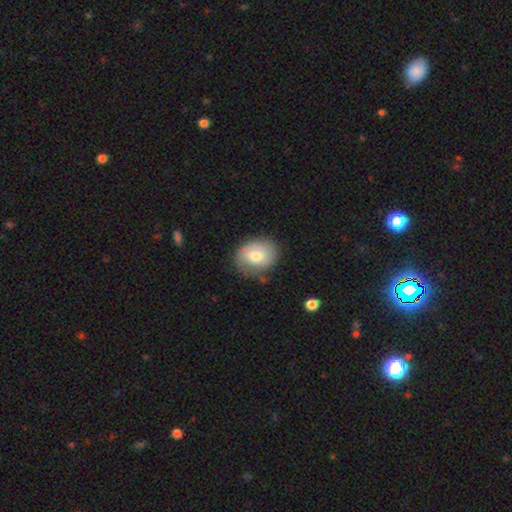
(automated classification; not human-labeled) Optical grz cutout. It shows a smooth galaxy with no disk features (65%) that is in between round and cigar-shaped (54%). Merging: none (69%).